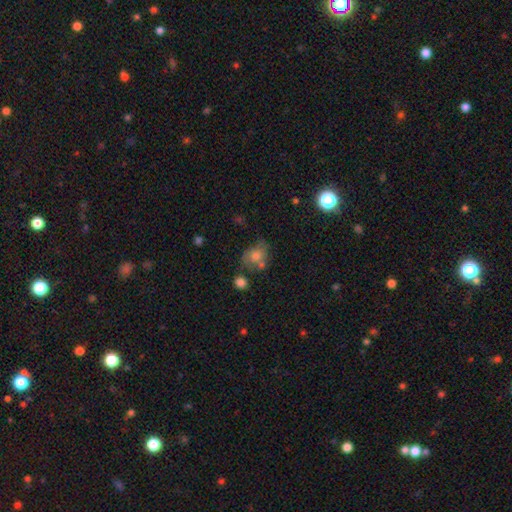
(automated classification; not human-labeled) Smooth or featured?
  - smooth: 64% *
  - featured or disk: 23%
  - star or artifact: 12%
How rounded?
  - in between: 52% *
  - round: 47%
  - cigar-shaped: 1%
Merging?
  - none: 44% *
  - minor disturbance: 24%
  - merger: 19%
  - major disturbance: 13%